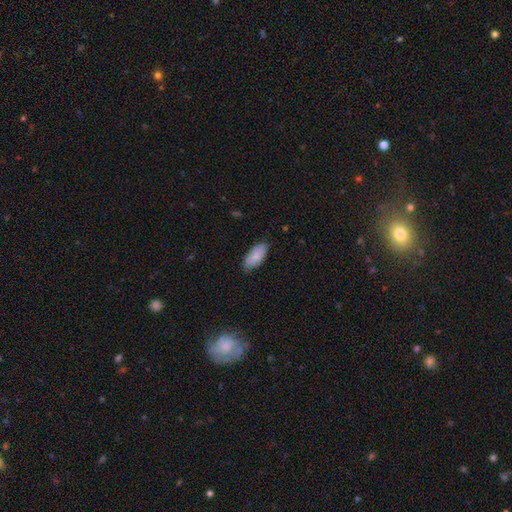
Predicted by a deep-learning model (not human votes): Overall: smooth (86%). How rounded: in between (89%). Merging: none (80%).